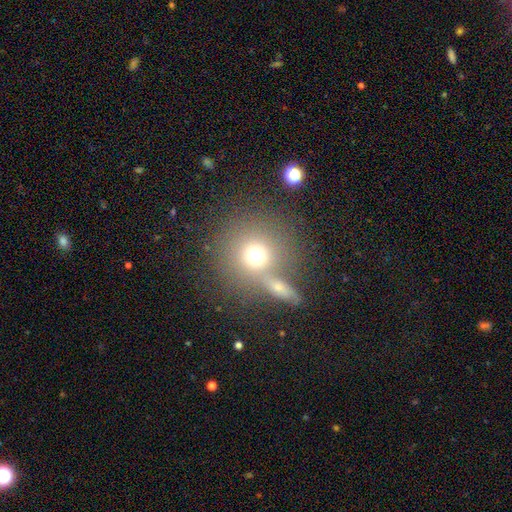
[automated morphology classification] This appears to be a smooth galaxy with no disk features (71%) that is round (87%). Merging: none (51%).